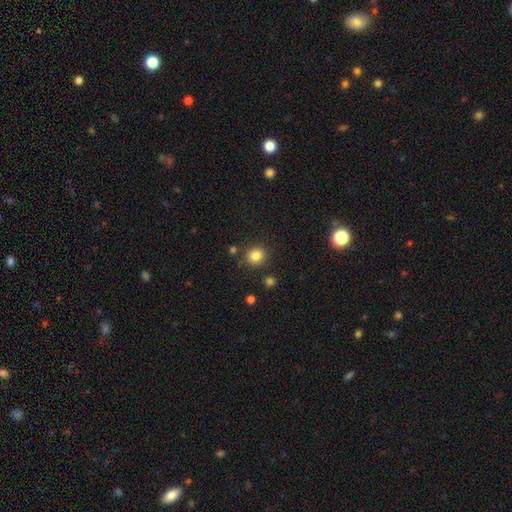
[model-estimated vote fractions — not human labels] smooth 83%, star or artifact 12%, featured or disk 5%. Down the decision tree: how rounded — round (88%); merging — none (85%).